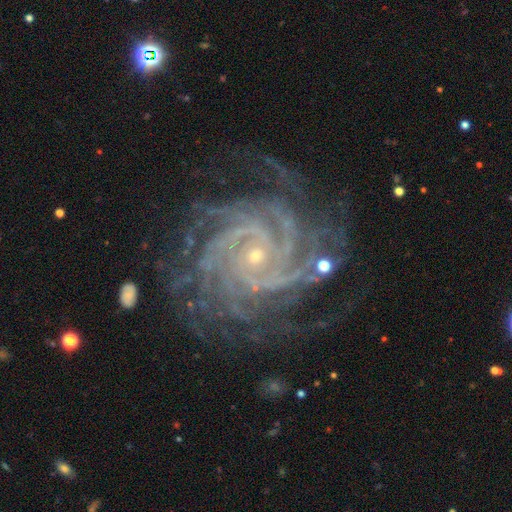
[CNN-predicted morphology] A featured or disk galaxy (93%) with no bar (68%), more than 4 (28%) tight (78%) spiral arms (99%) and a small central bulge (83%). Merging: none (75%).